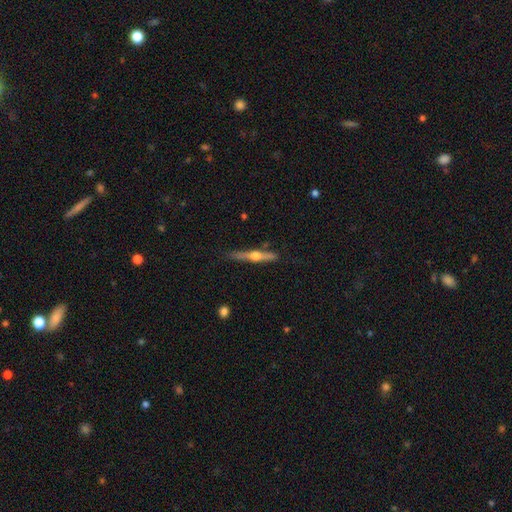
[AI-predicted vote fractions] A featured or disk galaxy (68%) viewed edge-on (97%) with a rounded central bulge (94%). Merging: none (81%).